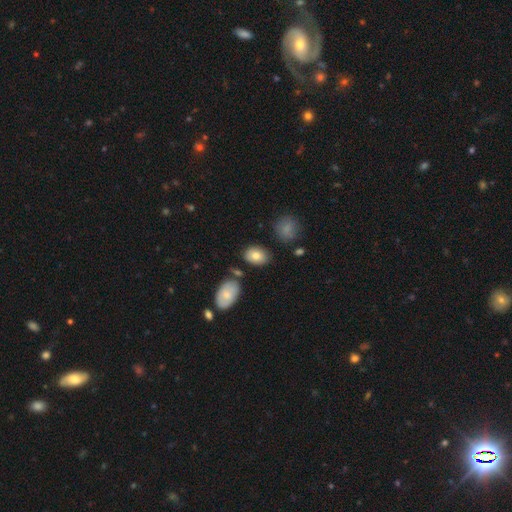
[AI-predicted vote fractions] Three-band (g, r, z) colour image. It shows a smooth galaxy with no disk features (81%) that is in between round and cigar-shaped (81%). Merging: none (78%).